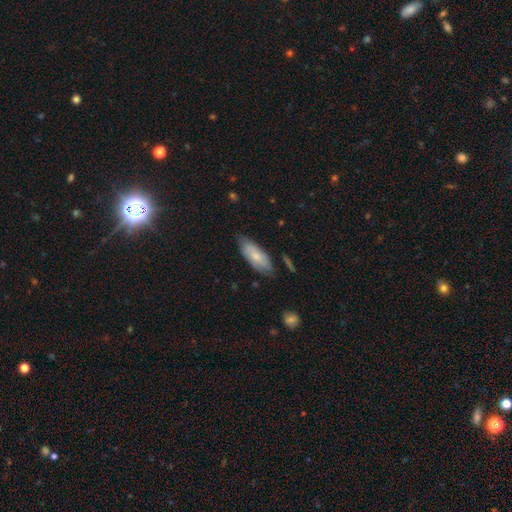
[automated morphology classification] A smooth galaxy with no disk features (67%) that is in between round and cigar-shaped (77%).

Vote fractions:
- Smooth or featured? smooth: 67% / featured or disk: 27% / star or artifact: 6%
- How rounded? in between: 77% / cigar-shaped: 21% / round: 2%
- Merging? none: 69% / minor disturbance: 24% / major disturbance: 5% / merger: 2%